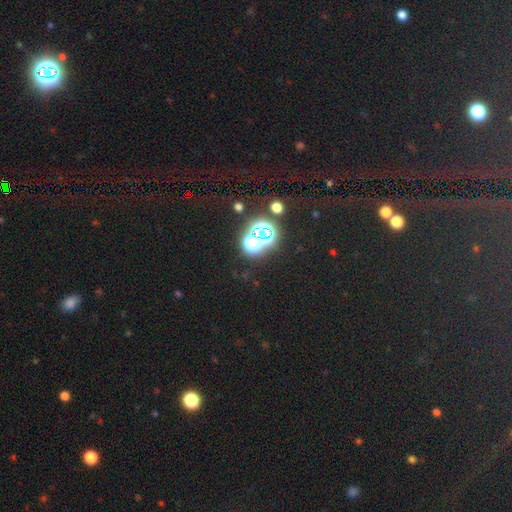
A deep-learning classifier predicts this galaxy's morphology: This is likely a star or artifact rather than a galaxy (79%).